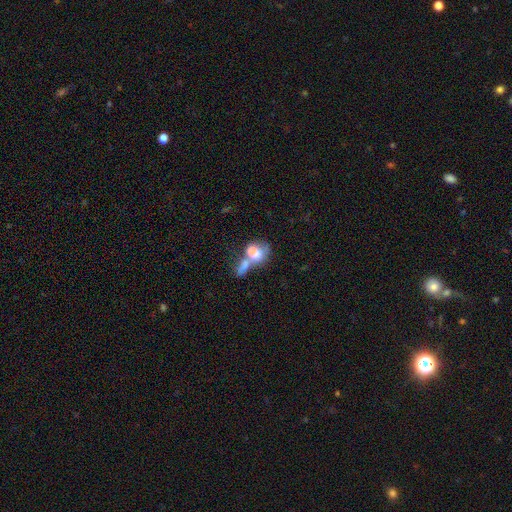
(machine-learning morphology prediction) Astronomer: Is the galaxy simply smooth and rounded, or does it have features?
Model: smooth — 60%.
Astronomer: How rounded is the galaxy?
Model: in between — 61%.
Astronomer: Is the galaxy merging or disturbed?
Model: merger — 68%.